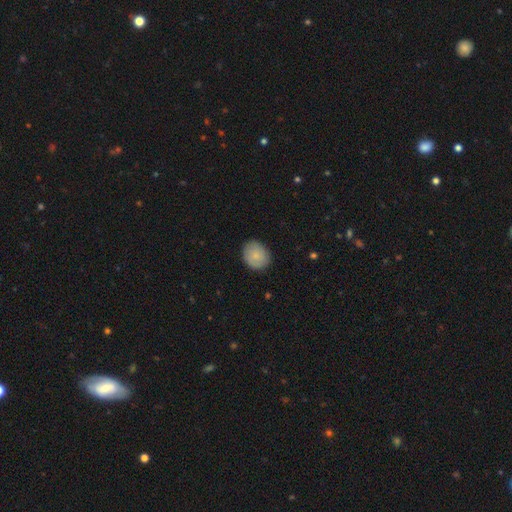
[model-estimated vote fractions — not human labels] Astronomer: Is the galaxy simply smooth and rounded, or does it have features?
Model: smooth — 83%.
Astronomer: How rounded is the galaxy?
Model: round — 66%.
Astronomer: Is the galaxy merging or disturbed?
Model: none — 85%.